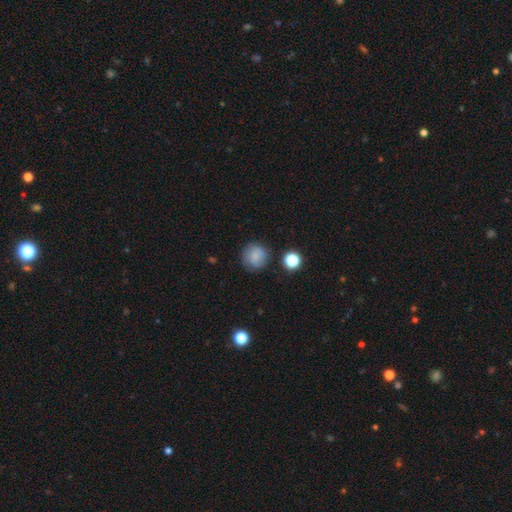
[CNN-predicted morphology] Smooth or featured?
  - smooth: 80% *
  - star or artifact: 11%
  - featured or disk: 9%
How rounded?
  - round: 89% *
  - in between: 10%
  - cigar-shaped: 1%
Merging?
  - none: 78% *
  - minor disturbance: 15%
  - major disturbance: 4%
  - merger: 3%